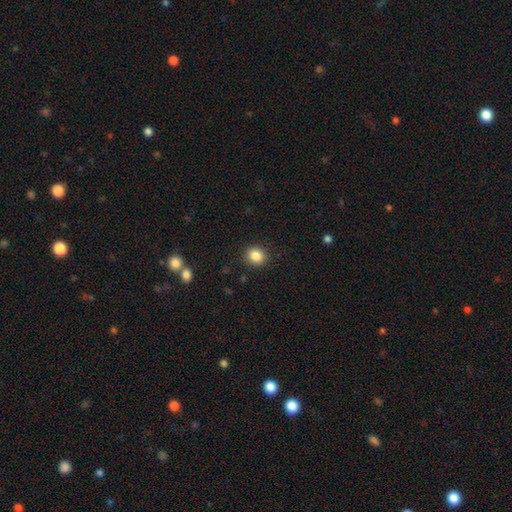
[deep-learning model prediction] Smooth or featured? Predicted: smooth (p=0.85). How rounded? Predicted: round (p=0.81). Merging? Predicted: none (p=0.90).